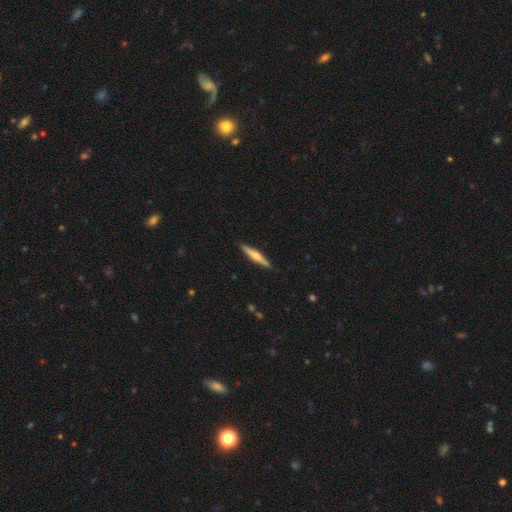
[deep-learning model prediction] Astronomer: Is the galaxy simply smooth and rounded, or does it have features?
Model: featured or disk — 50% (runner-up: smooth, 44%).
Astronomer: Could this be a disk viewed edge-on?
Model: yes — 97%.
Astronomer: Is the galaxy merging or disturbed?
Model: none — 90%.